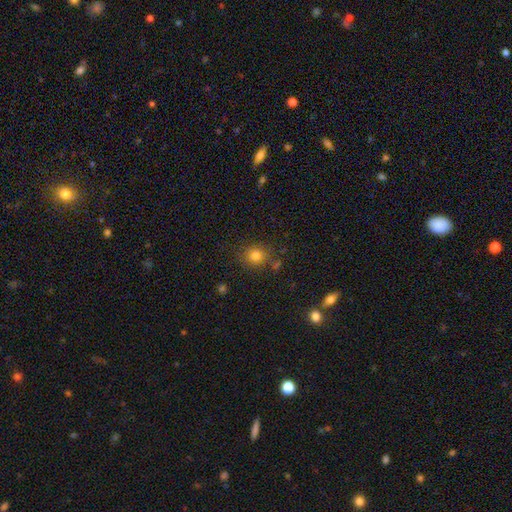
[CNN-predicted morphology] Smooth or featured? Predicted: smooth (p=0.80). How rounded? Predicted: round (p=0.78). Merging? Predicted: none (p=0.80).